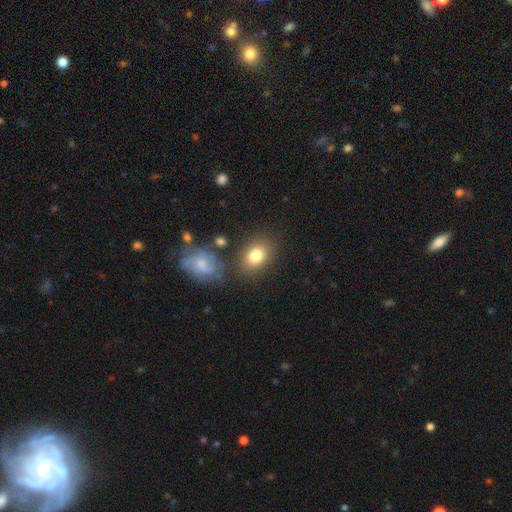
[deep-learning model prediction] Smooth or featured? smooth (80%)
How rounded? in between (60%)
Merging? none (76%)